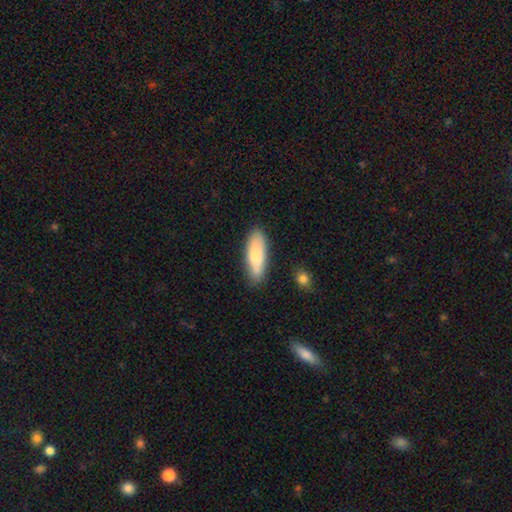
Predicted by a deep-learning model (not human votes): smooth-or-featured: smooth: 81% | featured or disk: 13% | star or artifact: 6%
  how-rounded: in between: 56% | cigar-shaped: 42% | round: 2%
  merging: none: 81% | minor disturbance: 14% | major disturbance: 3% | merger: 2%